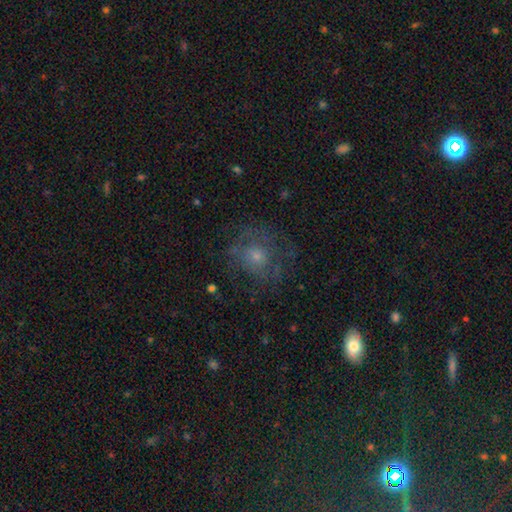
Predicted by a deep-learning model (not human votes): Smooth or featured? Predicted: smooth (p=0.50). Merging? Predicted: none (p=0.60).